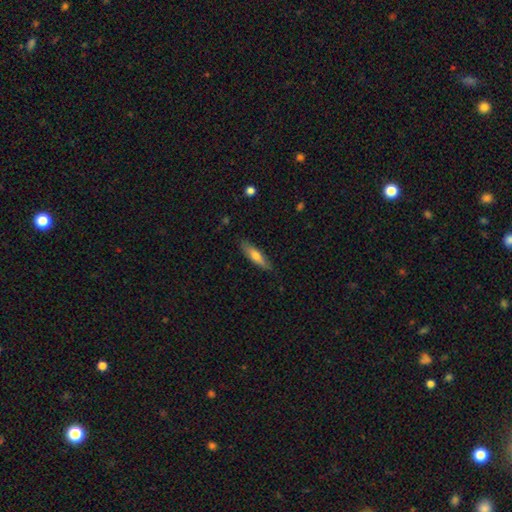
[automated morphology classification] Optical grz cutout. It shows a smooth galaxy with no disk features (62%) that is cigar-shaped (71%). Merging: none (86%).